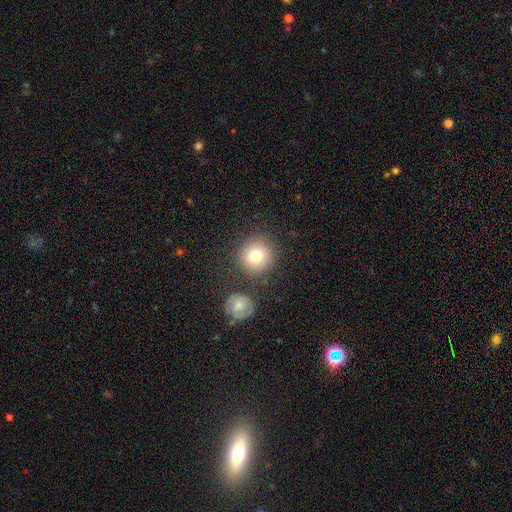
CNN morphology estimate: Smooth or featured: smooth — 80% (featured or disk — 11%)
How rounded: round — 93% (in between — 7%)
Merging: none — 78% (minor disturbance — 10%)